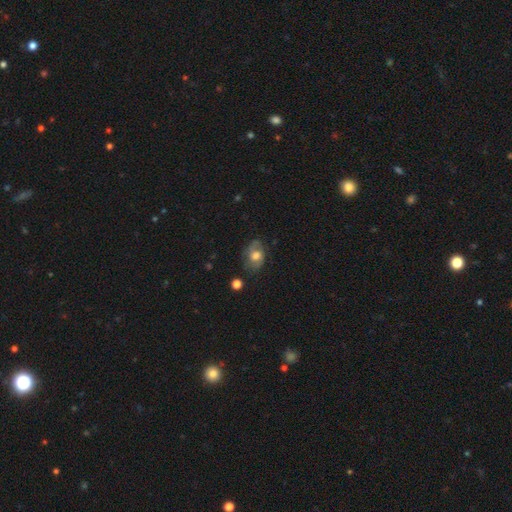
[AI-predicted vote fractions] This is possibly a smooth galaxy (49%). Merging: likely none (63%).